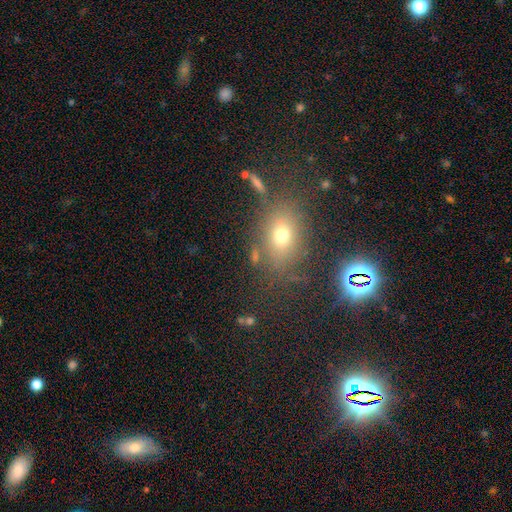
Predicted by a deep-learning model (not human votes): A smooth galaxy with no disk features (59%) that is in between round and cigar-shaped (62%). Merging: none (74%).